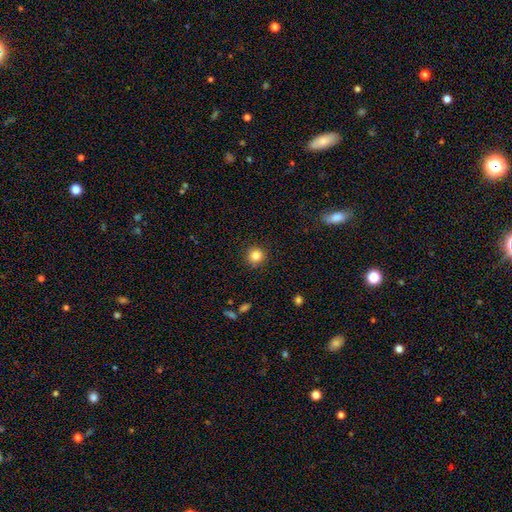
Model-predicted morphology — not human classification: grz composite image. It shows a smooth galaxy with no disk features (83%) that is round (94%). Merging: none (90%).